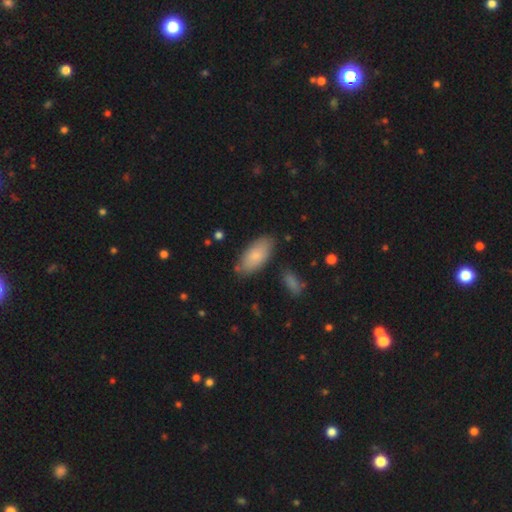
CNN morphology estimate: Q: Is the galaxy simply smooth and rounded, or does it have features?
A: smooth — 80%.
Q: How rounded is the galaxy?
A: in between — 91%.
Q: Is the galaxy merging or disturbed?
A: none — 78%.